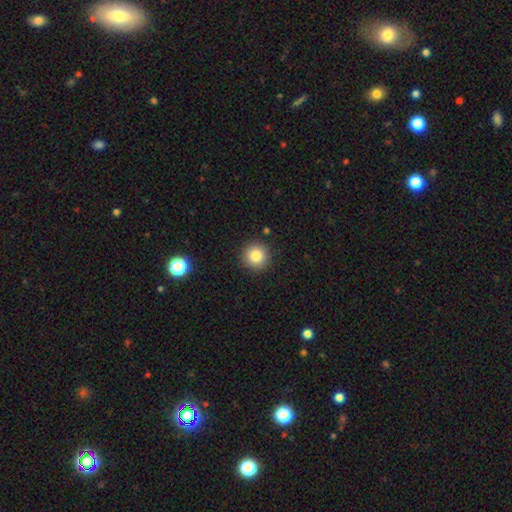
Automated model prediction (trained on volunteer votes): Morphology: type=smooth (83%); roundness=round (95%); merging=none (90%).